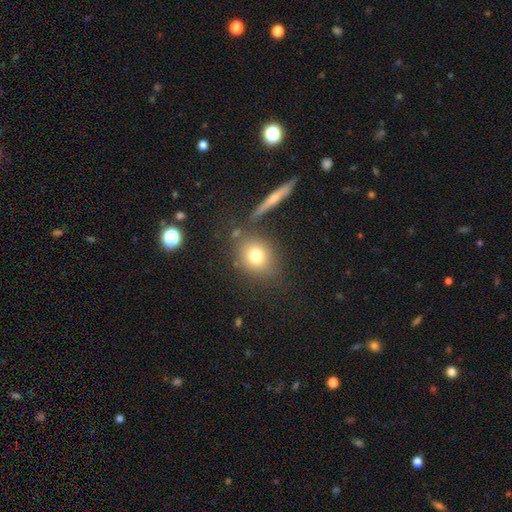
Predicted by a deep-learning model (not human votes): A smooth galaxy with no disk features (76%) that is round (72%). Merging: none (76%).